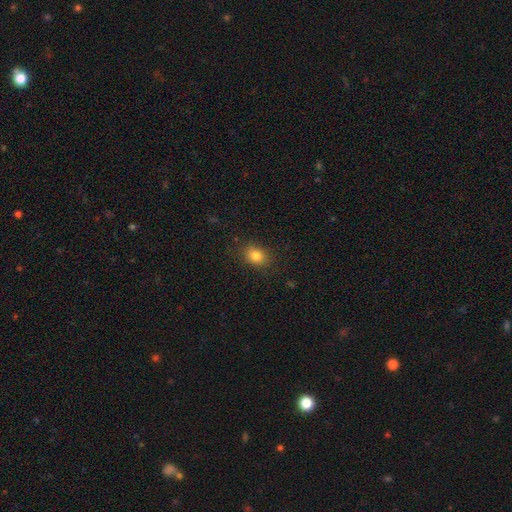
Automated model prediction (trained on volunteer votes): smooth-or-featured: smooth: 82% | star or artifact: 12% | featured or disk: 7%
  how-rounded: in between: 58% | round: 41% | cigar-shaped: 1%
  merging: none: 85% | minor disturbance: 11% | major disturbance: 3% | merger: 1%